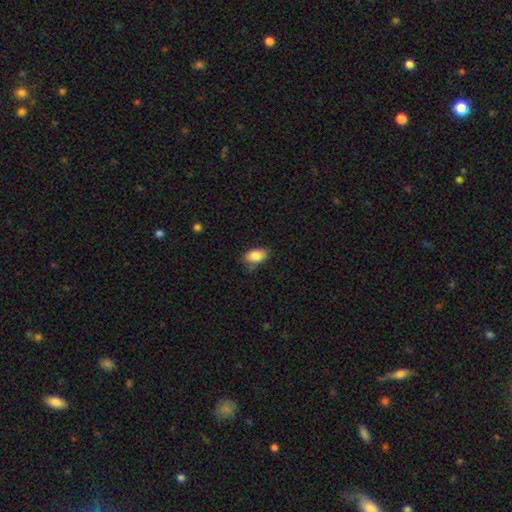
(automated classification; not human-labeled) Morphology: type=smooth (83%); roundness=in between (91%); merging=none (73%).